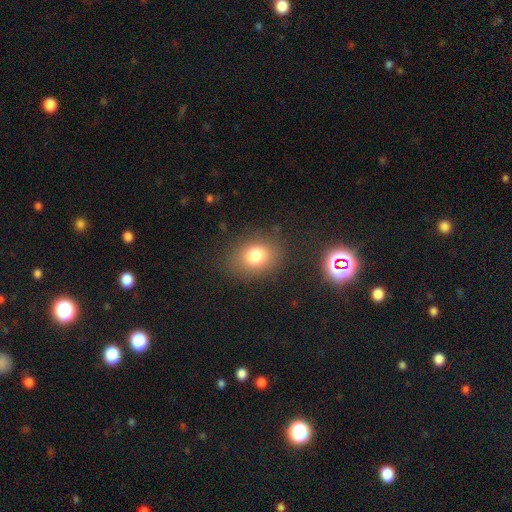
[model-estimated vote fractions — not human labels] smooth_or_featured: smooth (p=0.78) [alt: star or artifact p=0.13]
how_rounded: in between (p=0.52) [alt: round p=0.47]
merging: none (p=0.82) [alt: minor disturbance p=0.11]